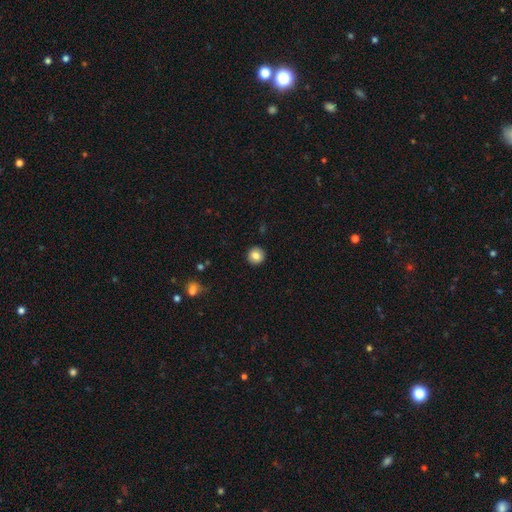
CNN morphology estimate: Q: Smooth or featured?
A: smooth (83%); runner-up: star or artifact (9%)
Q: How rounded?
A: round (93%); runner-up: in between (6%)
Q: Merging?
A: none (92%); runner-up: minor disturbance (5%)